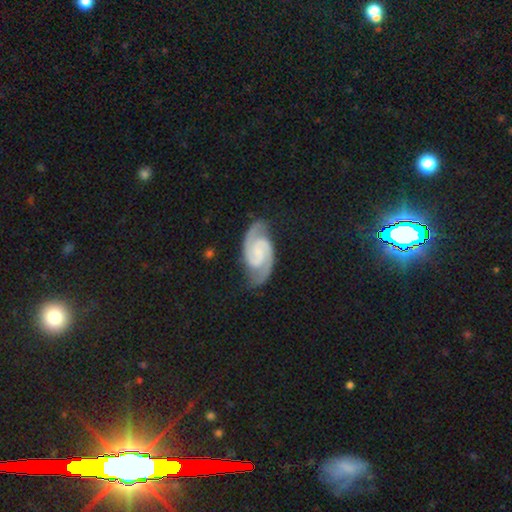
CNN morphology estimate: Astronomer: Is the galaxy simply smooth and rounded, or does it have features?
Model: featured or disk — 92%.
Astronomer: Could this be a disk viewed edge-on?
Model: no — 98%.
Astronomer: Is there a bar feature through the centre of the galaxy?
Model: no — 50% (runner-up: weak, 36%).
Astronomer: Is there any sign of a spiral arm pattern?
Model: yes — 98%.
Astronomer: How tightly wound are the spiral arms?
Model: medium — 54% (runner-up: tight, 36%).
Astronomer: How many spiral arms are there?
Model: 2 — 94%.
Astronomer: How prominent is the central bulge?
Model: none — 44% (runner-up: small, 38%).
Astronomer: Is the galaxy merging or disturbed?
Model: none — 77%.